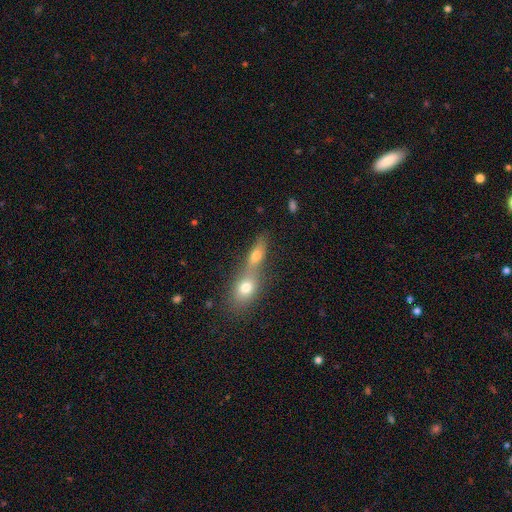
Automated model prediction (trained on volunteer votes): smooth 69%, featured or disk 19%, star or artifact 12%. Down the decision tree: how rounded — in between (58%); merging — merger (64%).